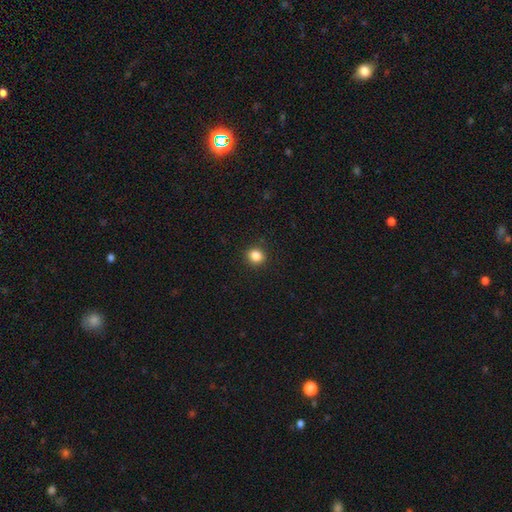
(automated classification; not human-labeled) Smooth or featured? smooth (85%)
How rounded? round (83%)
Merging? none (91%)